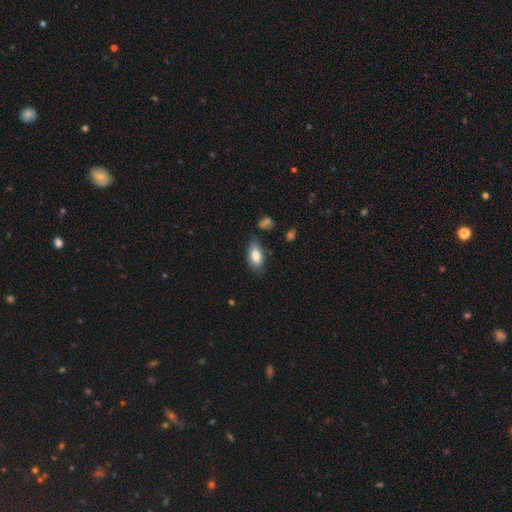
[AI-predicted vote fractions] A smooth galaxy with no disk features (81%) that is in between round and cigar-shaped (90%).

Vote fractions:
- Smooth or featured? smooth: 81% / featured or disk: 12% / star or artifact: 7%
- How rounded? in between: 90% / cigar-shaped: 6% / round: 4%
- Merging? none: 75% / minor disturbance: 18% / major disturbance: 4% / merger: 3%